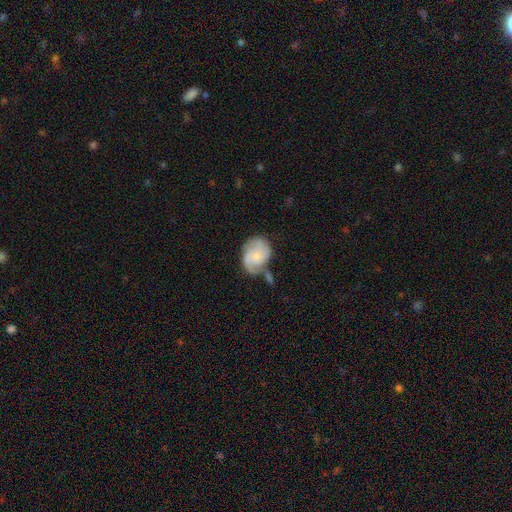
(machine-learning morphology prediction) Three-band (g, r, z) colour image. It shows a featured or disk galaxy (62%) with no bar (72%), 2 (57%) medium (43%) spiral arms (87%) and a small central bulge (65%). Merging: none (39%).